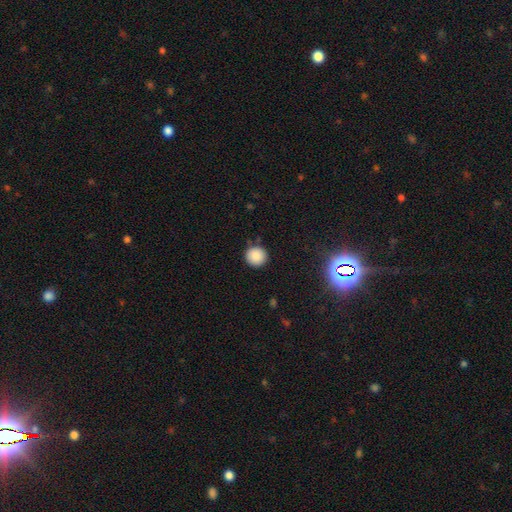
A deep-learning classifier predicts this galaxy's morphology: Smooth or featured?
  - smooth: 87% *
  - star or artifact: 9%
  - featured or disk: 4%
How rounded?
  - round: 93% *
  - in between: 6%
  - cigar-shaped: 1%
Merging?
  - none: 89% *
  - minor disturbance: 8%
  - major disturbance: 2%
  - merger: 2%